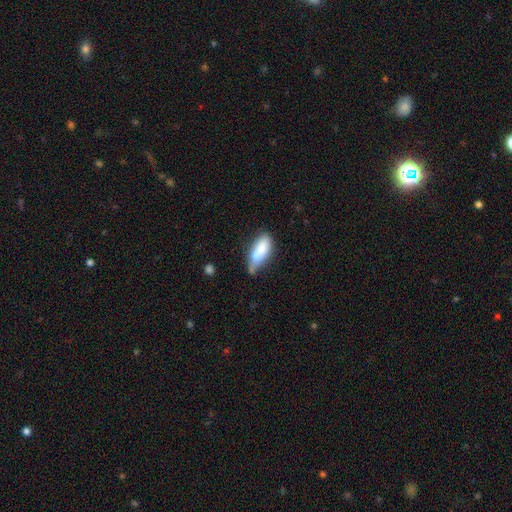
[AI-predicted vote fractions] This appears to be a smooth galaxy with no disk features (76%) that is in between round and cigar-shaped (70%). Merging: none (39%).